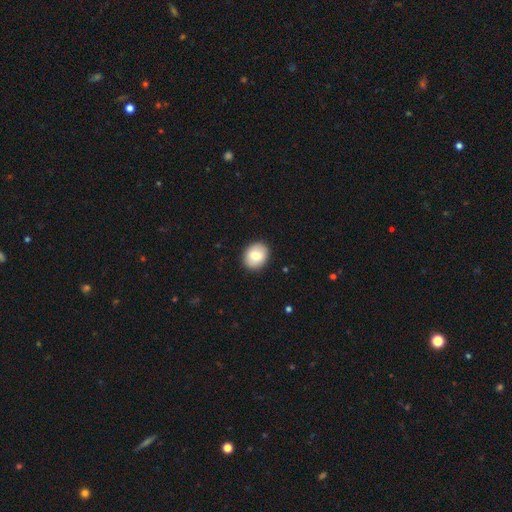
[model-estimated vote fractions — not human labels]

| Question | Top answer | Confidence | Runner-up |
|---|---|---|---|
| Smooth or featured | smooth | 77% | featured or disk (16%) |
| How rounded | round | 53% | in between (46%) |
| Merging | none | 90% | minor disturbance (7%) |